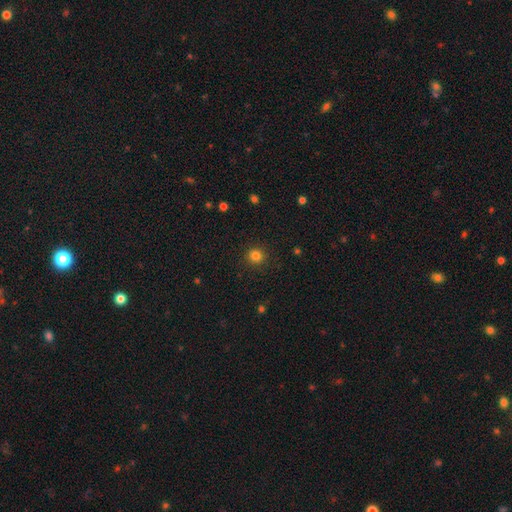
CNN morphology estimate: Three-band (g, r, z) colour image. It shows a smooth galaxy with no disk features (82%) that is round (91%). Merging: none (90%).